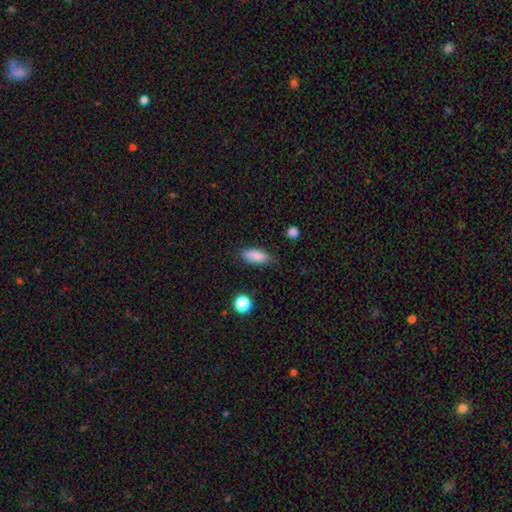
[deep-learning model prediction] Smooth or featured?
  - smooth: 85% *
  - star or artifact: 8%
  - featured or disk: 7%
How rounded?
  - in between: 81% *
  - cigar-shaped: 16%
  - round: 3%
Merging?
  - none: 77% *
  - minor disturbance: 18%
  - major disturbance: 3%
  - merger: 2%